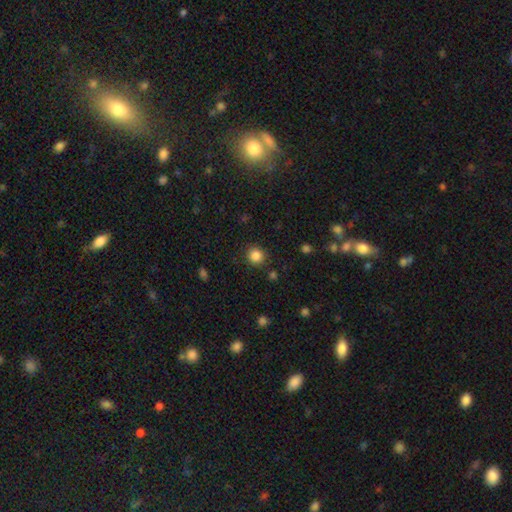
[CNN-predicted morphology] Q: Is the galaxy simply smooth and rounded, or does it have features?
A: smooth — 85%.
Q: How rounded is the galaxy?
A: round — 90%.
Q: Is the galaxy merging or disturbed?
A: none — 88%.